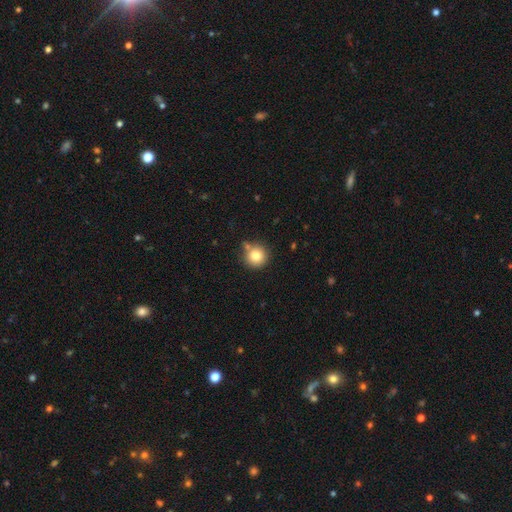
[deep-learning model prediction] This appears to be a smooth galaxy with no disk features (81%) that is round (94%). Merging: none (77%).